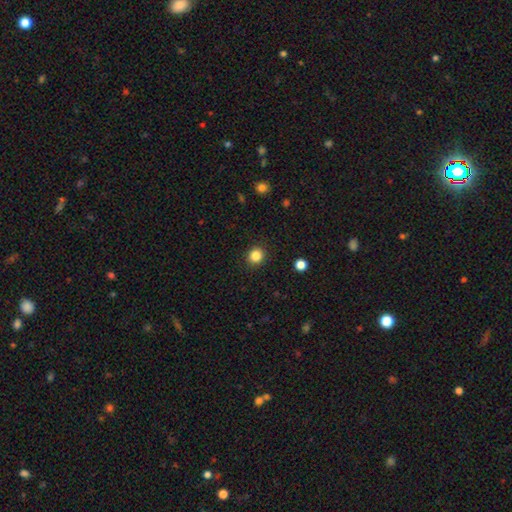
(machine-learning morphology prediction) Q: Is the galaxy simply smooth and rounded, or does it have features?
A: smooth — 85%.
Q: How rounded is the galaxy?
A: round — 89%.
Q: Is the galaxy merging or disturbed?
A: none — 91%.